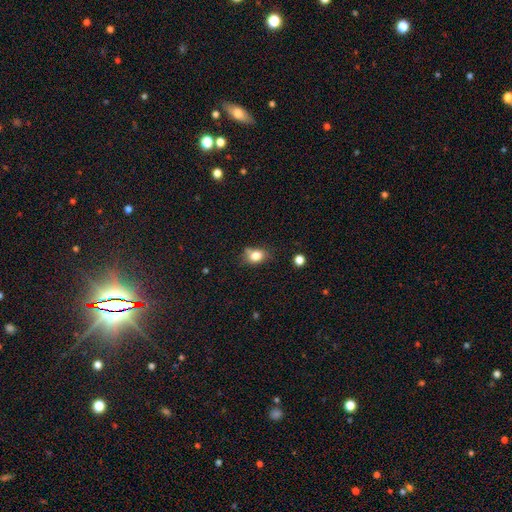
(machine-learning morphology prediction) smooth_or_featured: smooth (p=0.80) [alt: star or artifact p=0.11]
how_rounded: in between (p=0.58) [alt: round p=0.41]
merging: none (p=0.60) [alt: minor disturbance p=0.22]